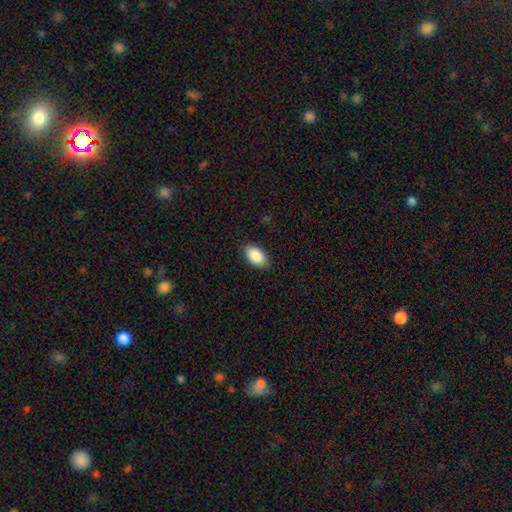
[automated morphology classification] The model was most divided on "merging": none: 86%, minor disturbance: 11%, major disturbance: 2%, merger: 1%. More confident: how rounded — in between (94%); smooth or featured — smooth (88%).